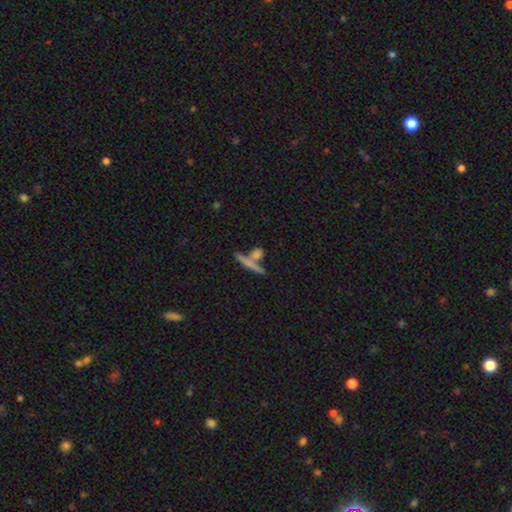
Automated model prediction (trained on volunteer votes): Smooth or featured? smooth (59%)
How rounded? cigar-shaped (63%)
Merging? none (54%)